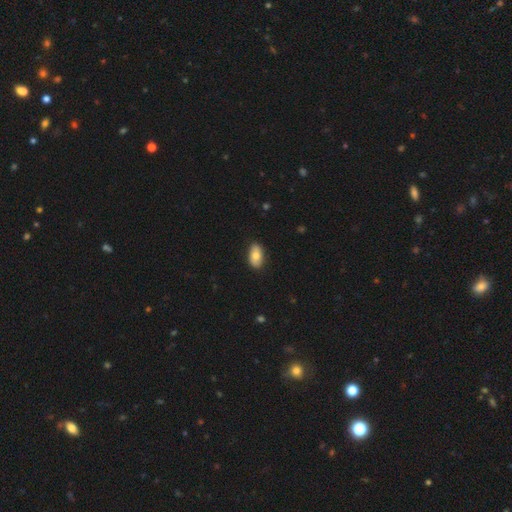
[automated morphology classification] Smooth or featured? Predicted: smooth (p=0.78). How rounded? Predicted: in between (p=0.94). Merging? Predicted: none (p=0.87).